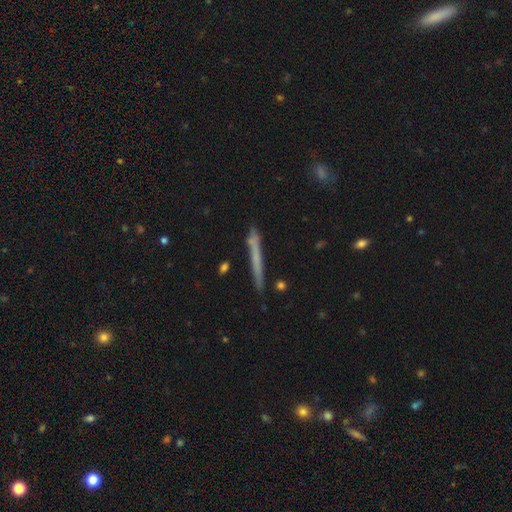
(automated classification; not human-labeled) Smooth or featured?
  - smooth: 56% *
  - featured or disk: 36%
  - star or artifact: 8%
How rounded?
  - cigar-shaped: 96% *
  - in between: 2%
  - round: 2%
Merging?
  - none: 85% *
  - minor disturbance: 11%
  - merger: 2%
  - major disturbance: 2%